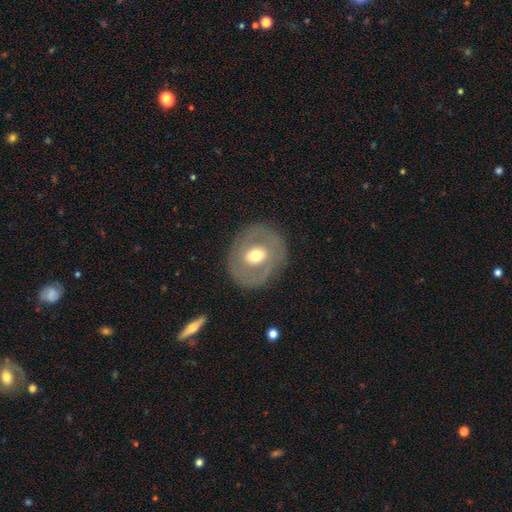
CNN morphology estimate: featured or disk 55%, smooth 39%, star or artifact 6%. Down the decision tree: edge-on disk — no (94%); bar — no (60%); spiral arms — no (73%); bulge size — moderate (69%); merging — none (83%).